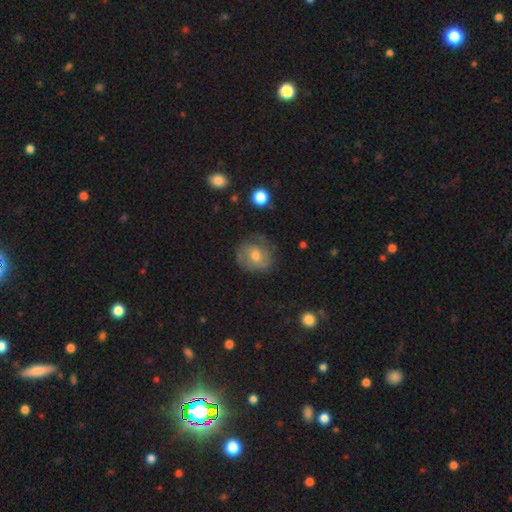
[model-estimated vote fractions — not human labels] A featured or disk galaxy (48%). Merging: none (69%).